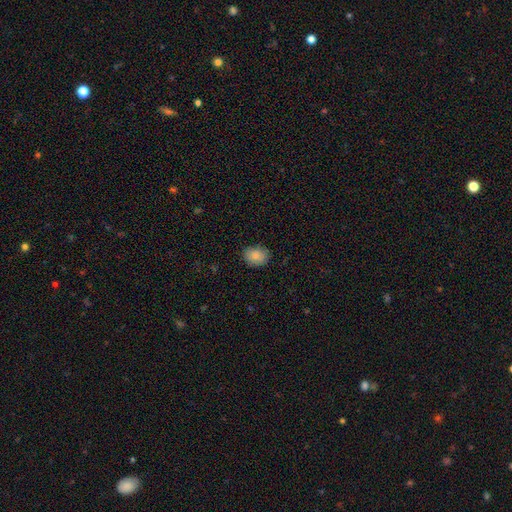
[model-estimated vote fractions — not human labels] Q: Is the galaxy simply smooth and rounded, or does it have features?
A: smooth — 84%.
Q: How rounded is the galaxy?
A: in between — 61%.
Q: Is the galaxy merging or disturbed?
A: none — 84%.